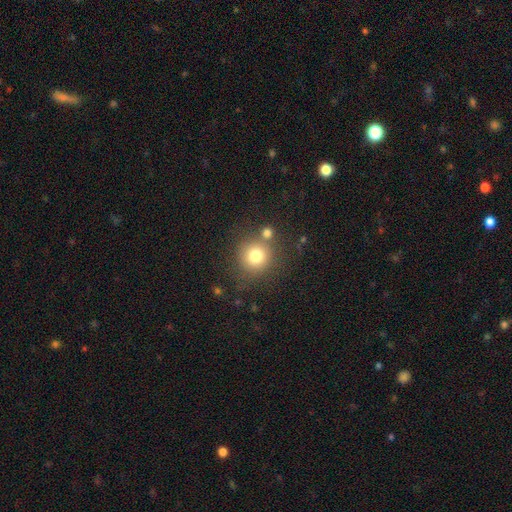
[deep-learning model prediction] smooth_or_featured: smooth (p=0.77) [alt: star or artifact p=0.13]
how_rounded: round (p=0.91) [alt: in between p=0.08]
merging: none (p=0.71) [alt: merger p=0.14]